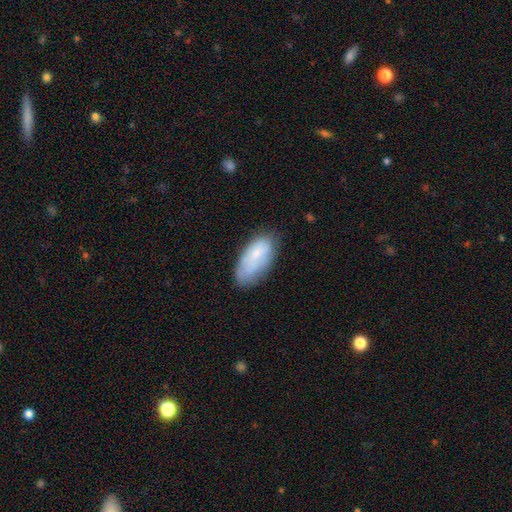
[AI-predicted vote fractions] Q: Smooth or featured?
A: smooth (71%); runner-up: featured or disk (21%)
Q: How rounded?
A: in between (91%); runner-up: cigar-shaped (6%)
Q: Merging?
A: none (63%); runner-up: minor disturbance (28%)